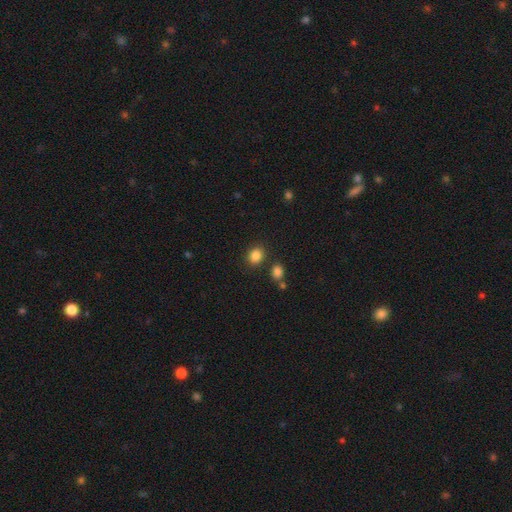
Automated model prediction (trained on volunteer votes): Smooth or featured?
  - smooth: 85% *
  - star or artifact: 11%
  - featured or disk: 4%
How rounded?
  - round: 65% *
  - in between: 34%
  - cigar-shaped: 1%
Merging?
  - none: 82% *
  - minor disturbance: 9%
  - merger: 6%
  - major disturbance: 3%